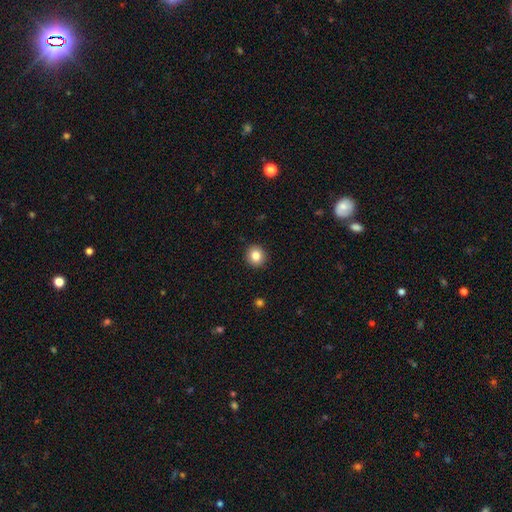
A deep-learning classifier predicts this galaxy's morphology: Q: Smooth or featured?
A: smooth (84%); runner-up: star or artifact (10%)
Q: How rounded?
A: round (89%); runner-up: in between (10%)
Q: Merging?
A: none (92%); runner-up: minor disturbance (6%)